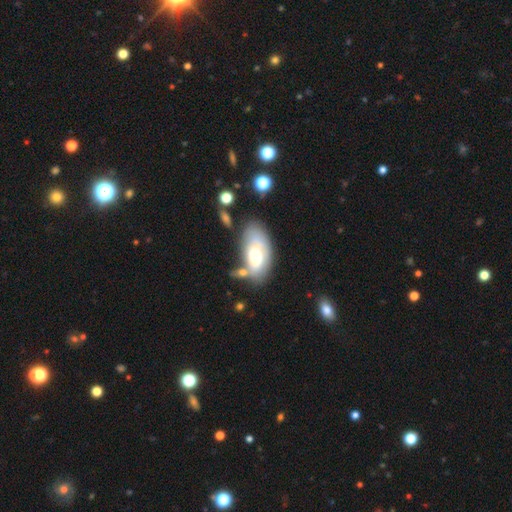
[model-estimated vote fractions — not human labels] A smooth galaxy with no disk features (57%) that is in between round and cigar-shaped (92%). Merging: none (44%).